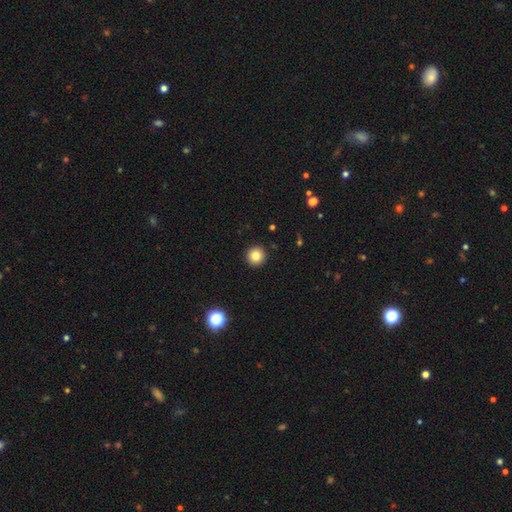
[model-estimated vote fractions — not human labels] Smooth or featured? Predicted: smooth (p=0.82). How rounded? Predicted: round (p=0.96). Merging? Predicted: none (p=0.93).